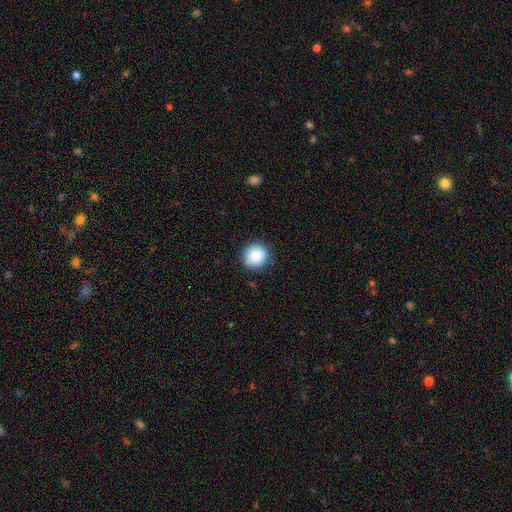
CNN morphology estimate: A smooth galaxy with no disk features (85%) that is round (92%).

Vote fractions:
- Smooth or featured? smooth: 85% / star or artifact: 8% / featured or disk: 7%
- How rounded? round: 92% / in between: 7% / cigar-shaped: 1%
- Merging? none: 86% / minor disturbance: 11% / major disturbance: 2% / merger: 1%